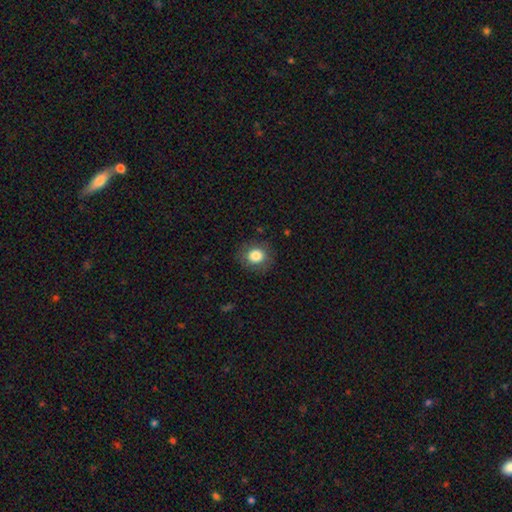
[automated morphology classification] type=smooth (83%); roundness=round (76%); merging=none (84%).